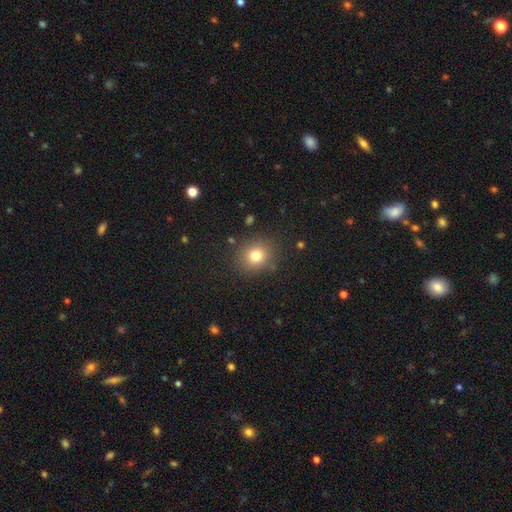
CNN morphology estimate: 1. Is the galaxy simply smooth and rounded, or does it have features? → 78% smooth, 14% star or artifact, 9% featured or disk.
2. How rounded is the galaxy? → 77% round, 22% in between, 1% cigar-shaped.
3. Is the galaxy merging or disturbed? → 86% none, 9% minor disturbance, 4% major disturbance, 2% merger.